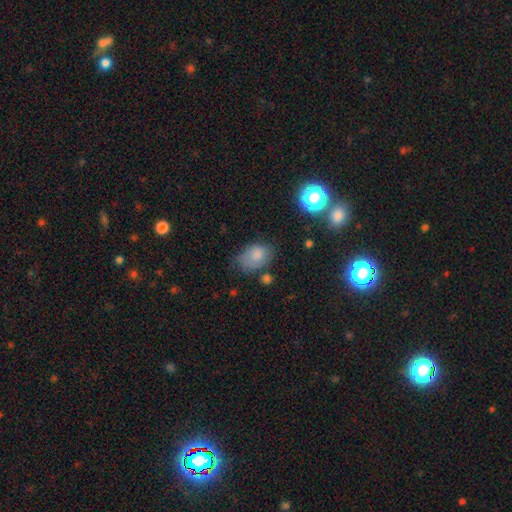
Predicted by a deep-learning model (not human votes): smooth-or-featured: smooth: 80% | star or artifact: 11% | featured or disk: 10%
  how-rounded: in between: 80% | round: 19% | cigar-shaped: 1%
  merging: none: 50% | minor disturbance: 32% | major disturbance: 13% | merger: 6%